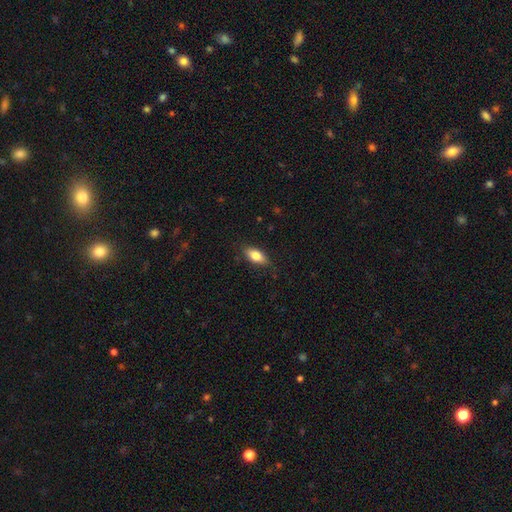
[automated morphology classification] Smooth or featured? smooth (77%)
How rounded? in between (84%)
Merging? none (83%)